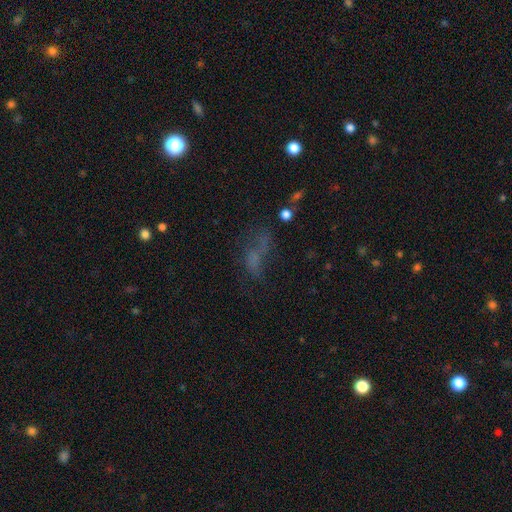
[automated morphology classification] Smooth or featured: smooth — 41% (star or artifact — 31%)
Merging: none — 40% (major disturbance — 32%)